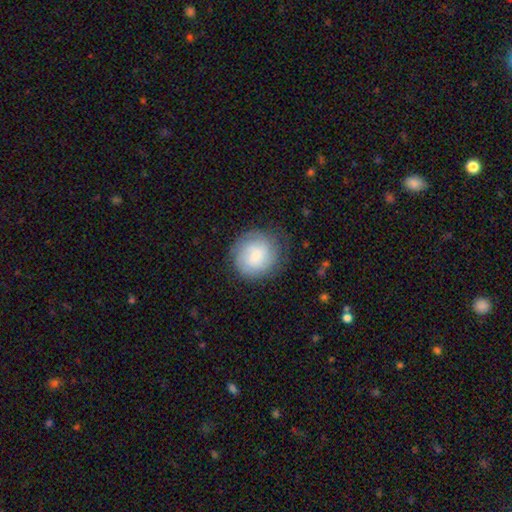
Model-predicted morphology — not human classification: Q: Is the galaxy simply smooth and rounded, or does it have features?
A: smooth — 59%.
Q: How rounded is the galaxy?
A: round — 88%.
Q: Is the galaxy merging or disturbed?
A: none — 76%.